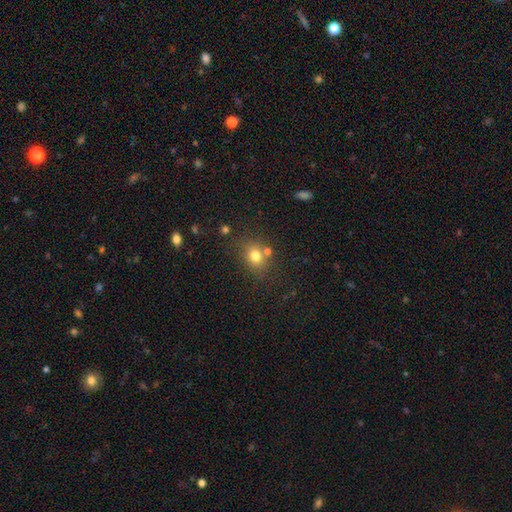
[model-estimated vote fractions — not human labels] Overall: smooth (75%). How rounded: round (63%; in between 36%). Merging: none (68%).